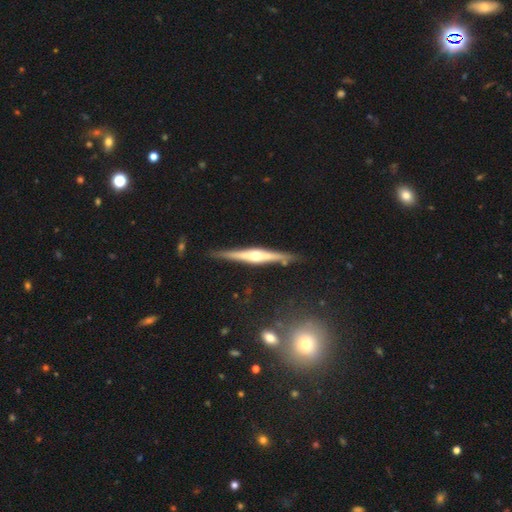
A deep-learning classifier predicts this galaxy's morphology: smooth_or_featured: featured or disk (p=0.79) [alt: smooth p=0.16]
disk_edge_on: yes (p=0.97) [alt: no p=0.03]
edge_on_bulge: rounded (p=0.85) [alt: boxy p=0.10]
merging: none (p=0.86) [alt: minor disturbance p=0.10]